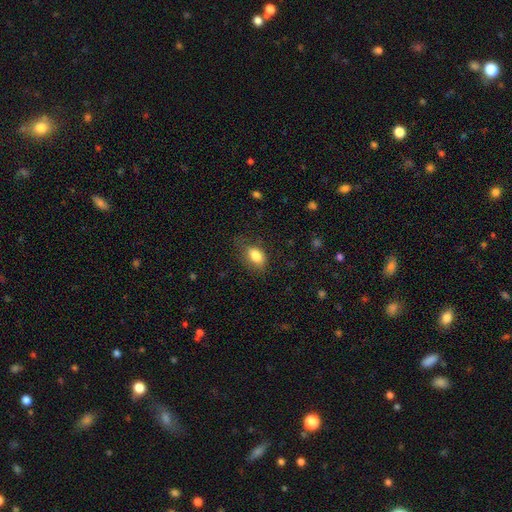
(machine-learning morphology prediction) This is clearly a smooth galaxy (83%). How rounded: clearly in between (86%). Merging: likely none (67%).